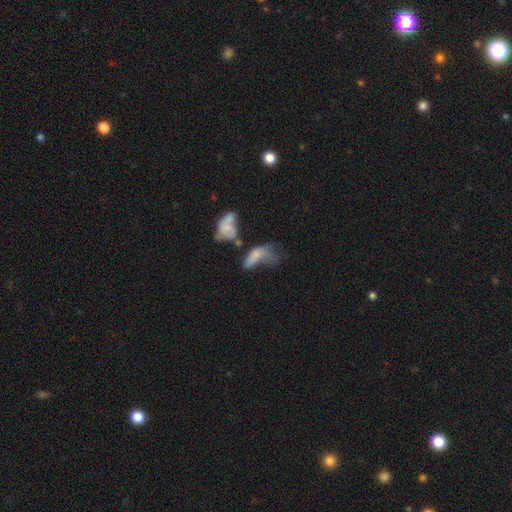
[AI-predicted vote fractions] Smooth or featured? smooth (59%)
How rounded? in between (82%)
Merging? major disturbance (41%)